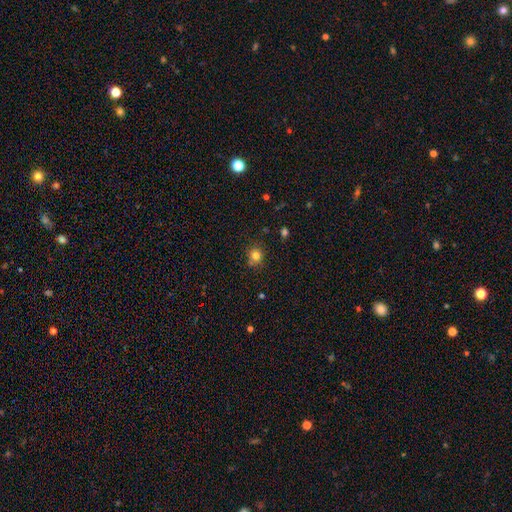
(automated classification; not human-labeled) Smooth or featured? Predicted: smooth (p=0.79). How rounded? Predicted: round (p=0.85). Merging? Predicted: none (p=0.76).